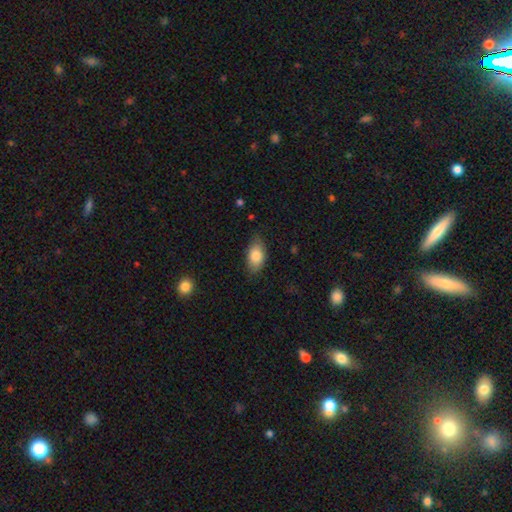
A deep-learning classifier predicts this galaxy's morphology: Smooth or featured: smooth — 81% (featured or disk — 12%)
How rounded: in between — 91% (round — 6%)
Merging: none — 77% (minor disturbance — 18%)